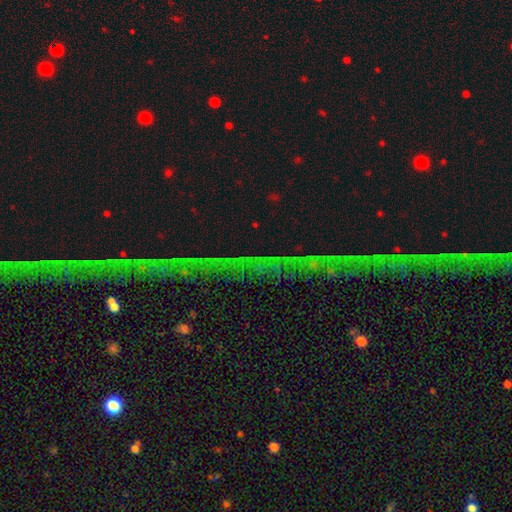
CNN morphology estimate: type=star or artifact (80%).